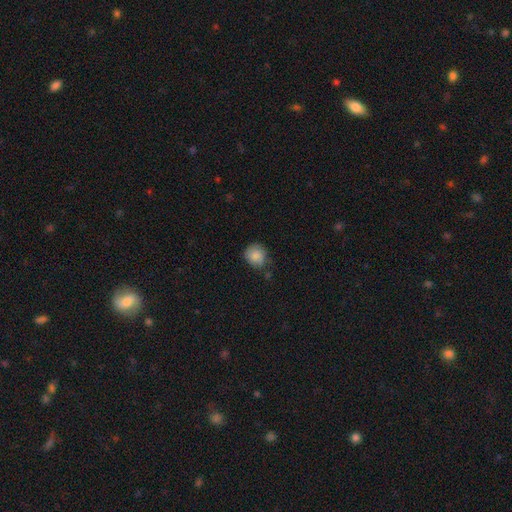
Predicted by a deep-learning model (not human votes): Smooth or featured? smooth (83%)
How rounded? round (80%)
Merging? none (66%)